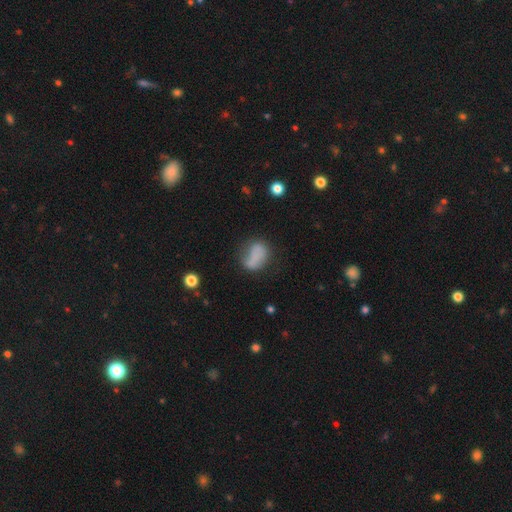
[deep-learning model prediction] The model was most divided on "merging": none: 44%, minor disturbance: 28%, major disturbance: 20%, merger: 8%. More confident: smooth or featured — smooth (71%); how rounded — in between (69%).